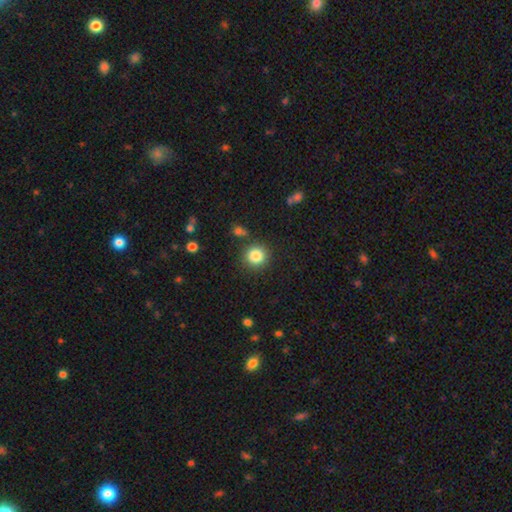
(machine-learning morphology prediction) smooth-or-featured: smooth: 85% | star or artifact: 10% | featured or disk: 5%
  how-rounded: round: 91% | in between: 8% | cigar-shaped: 1%
  merging: none: 84% | minor disturbance: 8% | merger: 4% | major disturbance: 3%